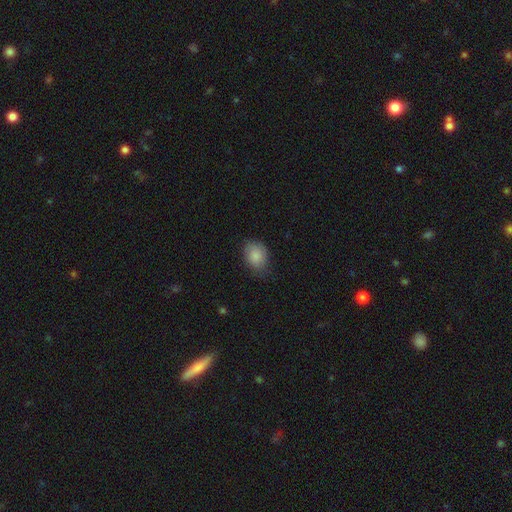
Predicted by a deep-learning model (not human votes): A smooth galaxy with no disk features (85%) that is in between round and cigar-shaped (66%).

Vote fractions:
- Smooth or featured? smooth: 85% / featured or disk: 8% / star or artifact: 7%
- How rounded? in between: 66% / round: 33% / cigar-shaped: 1%
- Merging? none: 72% / minor disturbance: 22% / major disturbance: 5% / merger: 1%